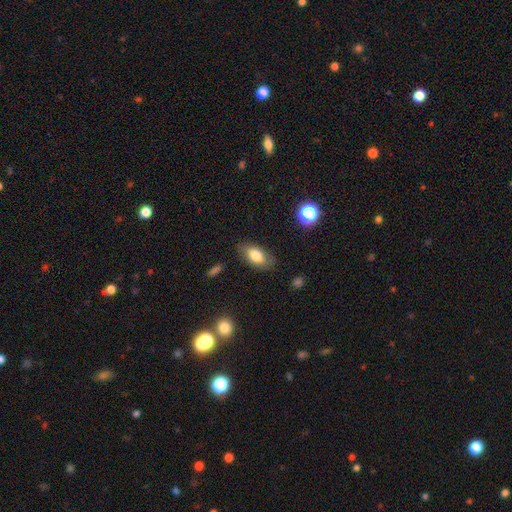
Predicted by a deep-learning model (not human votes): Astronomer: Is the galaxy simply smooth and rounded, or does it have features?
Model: smooth — 77%.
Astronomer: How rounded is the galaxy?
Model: in between — 90%.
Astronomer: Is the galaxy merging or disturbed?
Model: none — 81%.